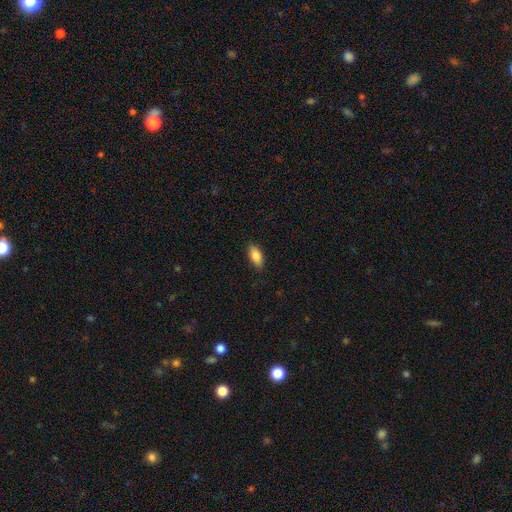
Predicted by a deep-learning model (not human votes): Overall: smooth (83%). How rounded: in between (85%). Merging: none (85%).